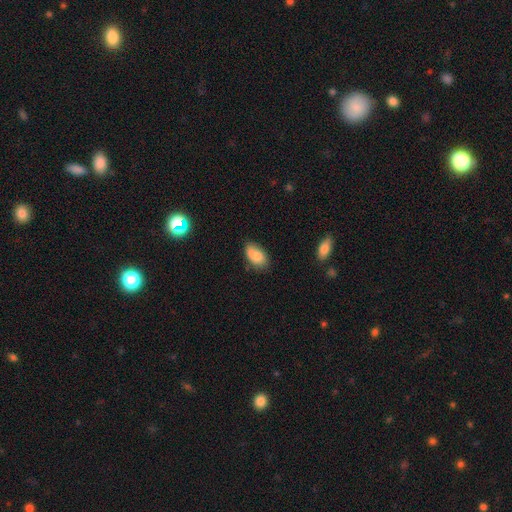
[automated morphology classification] type=smooth (79%); roundness=in between (91%); merging=none (59%).